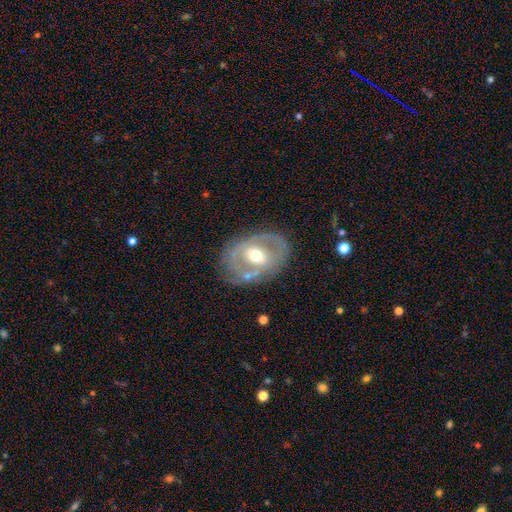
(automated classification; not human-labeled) A featured or disk galaxy (65%) with no bar (44%), no spiral arms (66%) and a moderate central bulge (71%).

Vote fractions:
- Smooth or featured? featured or disk: 65% / smooth: 29% / star or artifact: 7%
- Edge-on disk? no: 93% / yes: 7%
- Bar? no: 44% / weak: 36% / strong: 20%
- Spiral arms? no: 66% / yes: 34%
- Bulge size? moderate: 71% / small: 17% / large: 10% / dominant: 1% / none: 1%
- Merging? none: 72% / minor disturbance: 17% / major disturbance: 8% / merger: 4%